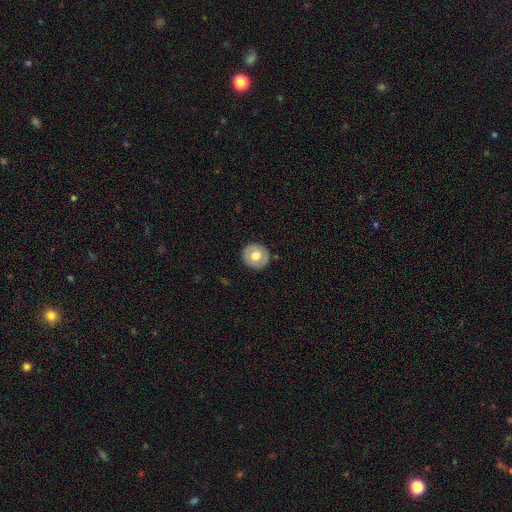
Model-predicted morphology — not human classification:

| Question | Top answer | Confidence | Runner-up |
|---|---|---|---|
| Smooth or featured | smooth | 66% | featured or disk (27%) |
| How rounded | round | 93% | in between (6%) |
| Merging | none | 90% | minor disturbance (7%) |